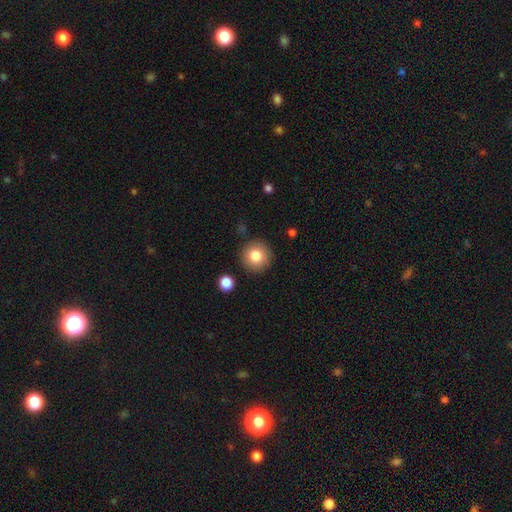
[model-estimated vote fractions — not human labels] smooth-or-featured: smooth: 83% | star or artifact: 9% | featured or disk: 8%
  how-rounded: round: 94% | in between: 5% | cigar-shaped: 1%
  merging: none: 88% | minor disturbance: 7% | merger: 2% | major disturbance: 2%